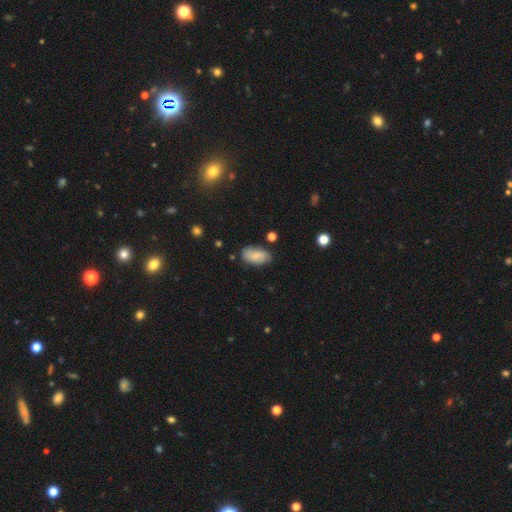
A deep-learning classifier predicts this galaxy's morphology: Q: Smooth or featured?
A: smooth (59%); runner-up: featured or disk (33%)
Q: How rounded?
A: in between (92%); runner-up: round (5%)
Q: Merging?
A: none (75%); runner-up: minor disturbance (19%)